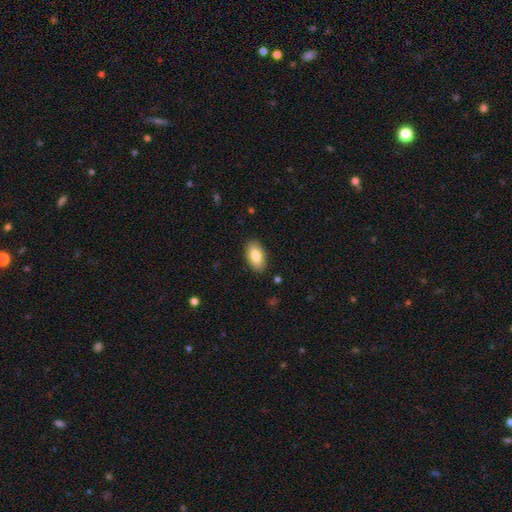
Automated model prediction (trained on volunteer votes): This is clearly a smooth galaxy (82%). How rounded: clearly in between (94%). Merging: clearly none (89%).